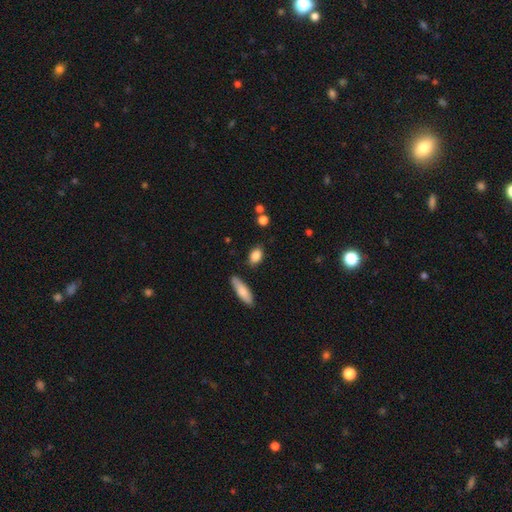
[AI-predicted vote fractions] Overall: smooth (85%). How rounded: in between (80%). Merging: none (81%).